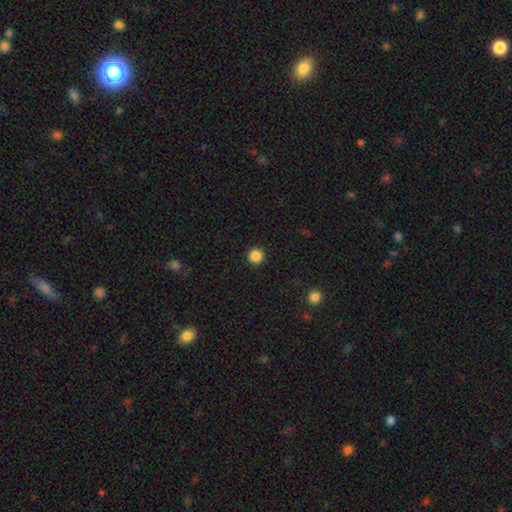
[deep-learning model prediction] Morphology: type=smooth (86%); roundness=round (96%); merging=none (93%).